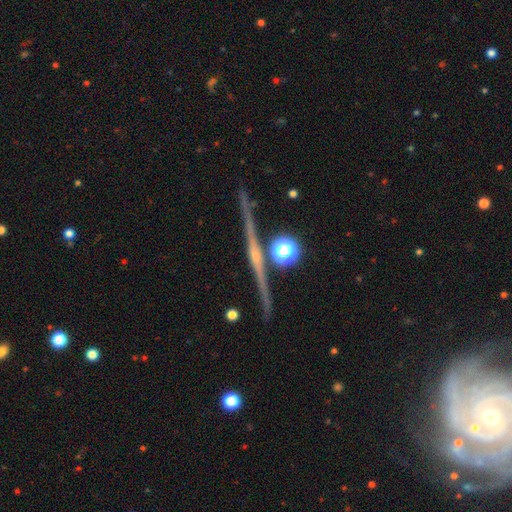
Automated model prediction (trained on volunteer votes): Smooth or featured?
  - featured or disk: 83% *
  - star or artifact: 10%
  - smooth: 8%
Edge-on disk?
  - yes: 98% *
  - no: 2%
Edge-on bulge?
  - rounded: 77% *
  - none: 14%
  - boxy: 10%
Merging?
  - none: 87% *
  - minor disturbance: 8%
  - merger: 3%
  - major disturbance: 2%